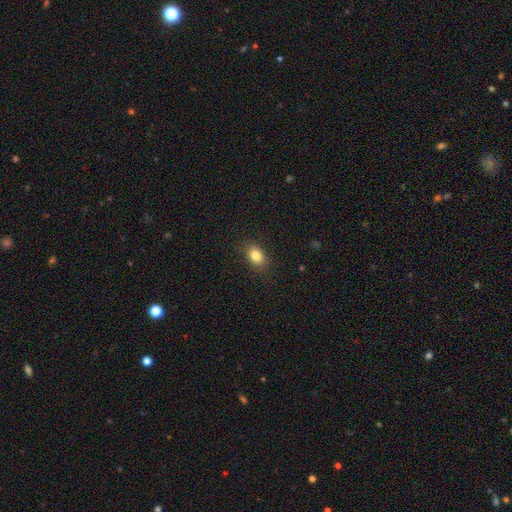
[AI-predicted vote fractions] Smooth or featured? Predicted: smooth (p=0.84). How rounded? Predicted: in between (p=0.76). Merging? Predicted: none (p=0.86).